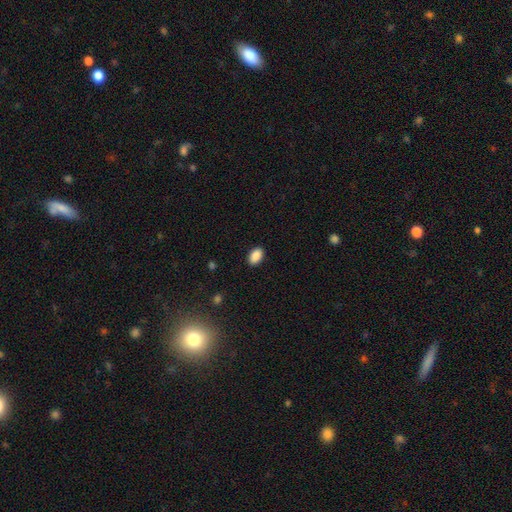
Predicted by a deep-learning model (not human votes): A smooth galaxy with no disk features (89%) that is in between round and cigar-shaped (89%).

Vote fractions:
- Smooth or featured? smooth: 89% / star or artifact: 8% / featured or disk: 3%
- How rounded? in between: 89% / round: 9% / cigar-shaped: 1%
- Merging? none: 89% / minor disturbance: 8% / major disturbance: 2% / merger: 1%